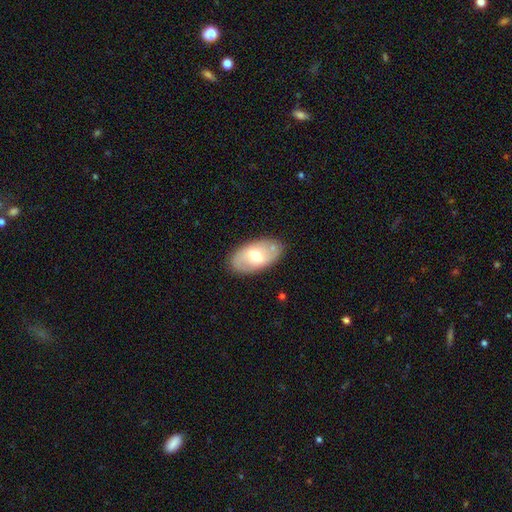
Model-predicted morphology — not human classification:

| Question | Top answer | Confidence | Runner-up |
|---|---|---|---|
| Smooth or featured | smooth | 49% | featured or disk (45%) |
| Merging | none | 84% | minor disturbance (11%) |